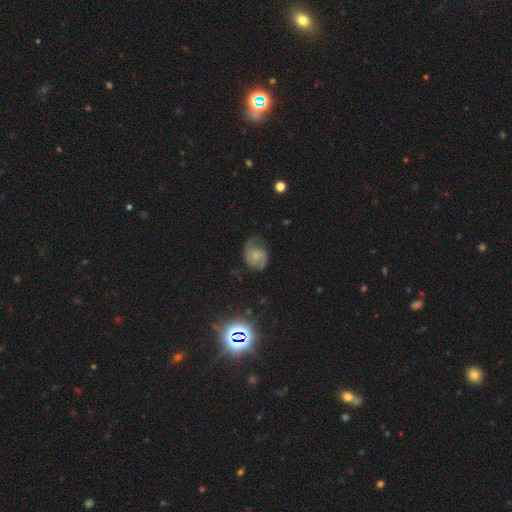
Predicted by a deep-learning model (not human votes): Smooth or featured? Predicted: featured or disk (p=0.60). Edge-on disk? Predicted: no (p=0.97). Bar? Predicted: no (p=0.72). Spiral arms? Predicted: yes (p=0.89). Spiral winding? Predicted: medium (p=0.44). Spiral arm count? Predicted: 2 (p=0.69). Bulge size? Predicted: small (p=0.56). Merging? Predicted: none (p=0.51).